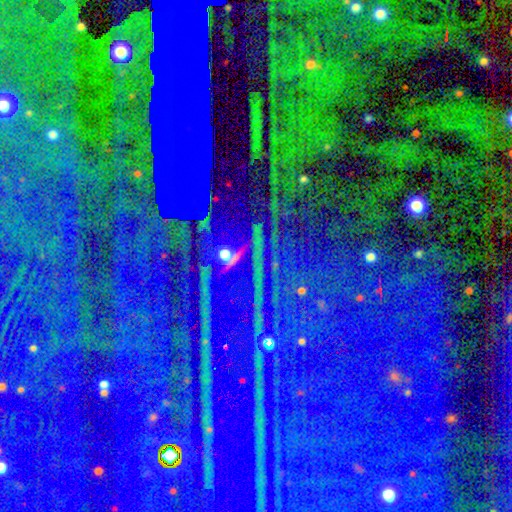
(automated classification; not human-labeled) A star or artifact, not a galaxy (86%).

Vote fractions:
- Smooth or featured? star or artifact: 86% / smooth: 7% / featured or disk: 7%